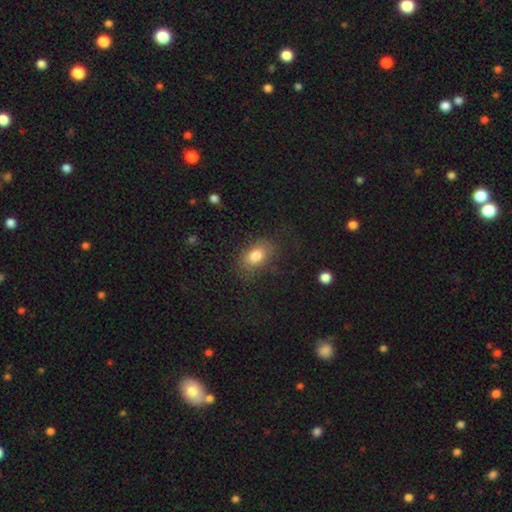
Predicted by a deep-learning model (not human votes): Overall: smooth (78%). How rounded: in between (82%). Merging: none (72%).